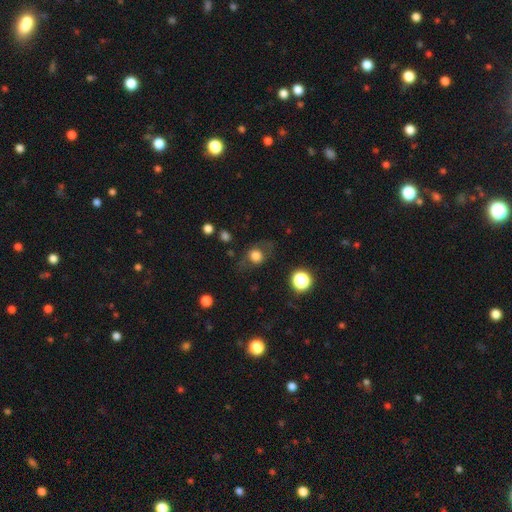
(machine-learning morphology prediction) A smooth galaxy with no disk features (72%) that is round (74%).

Vote fractions:
- Smooth or featured? smooth: 72% / featured or disk: 16% / star or artifact: 12%
- How rounded? round: 74% / in between: 25% / cigar-shaped: 1%
- Merging? none: 64% / minor disturbance: 19% / major disturbance: 15% / merger: 2%